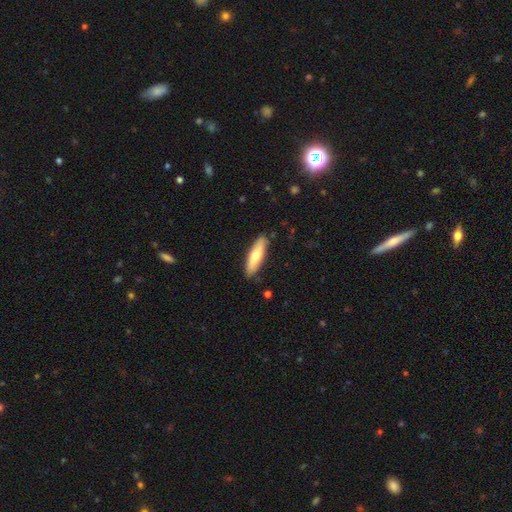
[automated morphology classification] Smooth or featured? Predicted: smooth (p=0.68). How rounded? Predicted: cigar-shaped (p=0.61). Merging? Predicted: none (p=0.86).